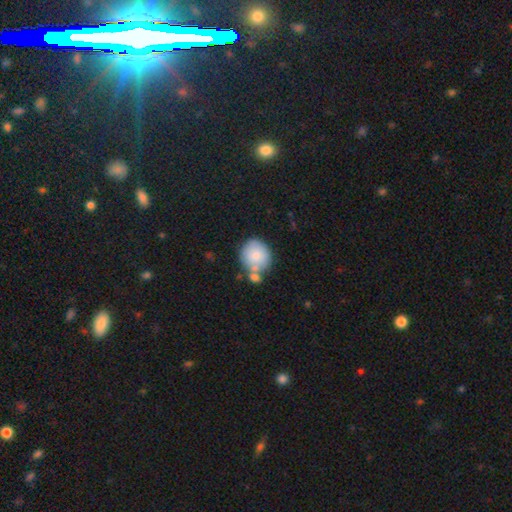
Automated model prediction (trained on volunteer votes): smooth-or-featured: smooth: 80% | featured or disk: 13% | star or artifact: 7%
  how-rounded: round: 83% | in between: 16% | cigar-shaped: 1%
  merging: none: 56% | merger: 23% | minor disturbance: 16% | major disturbance: 5%